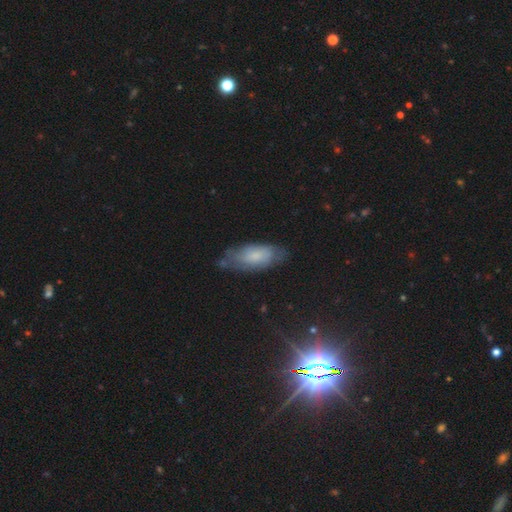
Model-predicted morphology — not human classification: type=smooth (58%); roundness=in between (83%); merging=none (64%).